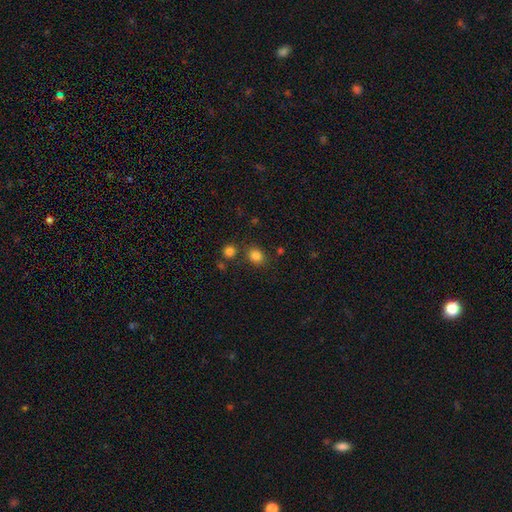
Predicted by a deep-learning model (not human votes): This is clearly a smooth galaxy (83%). How rounded: likely round (64%). Merging: likely none (77%).